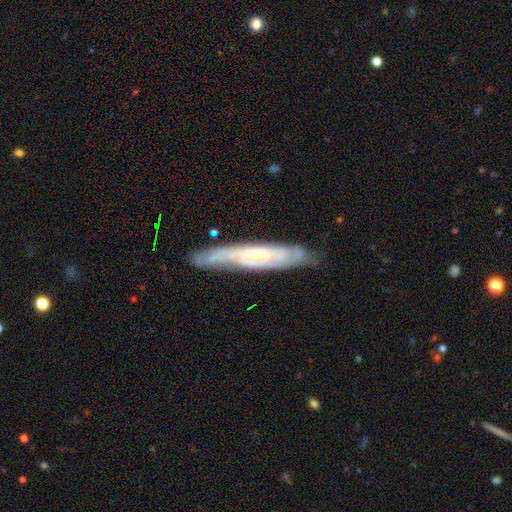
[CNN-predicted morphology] Smooth or featured: featured or disk — 74% (smooth — 20%)
Edge-on disk: no — 53% (yes — 47%)
Merging: none — 74% (minor disturbance — 20%)